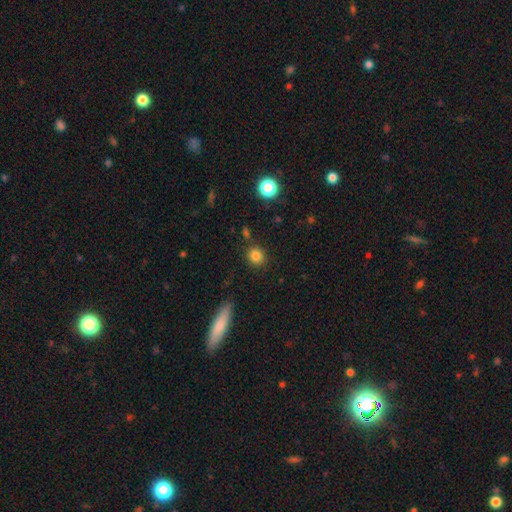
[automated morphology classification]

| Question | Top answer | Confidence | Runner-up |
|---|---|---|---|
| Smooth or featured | smooth | 83% | star or artifact (12%) |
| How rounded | round | 85% | in between (14%) |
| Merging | none | 84% | minor disturbance (9%) |